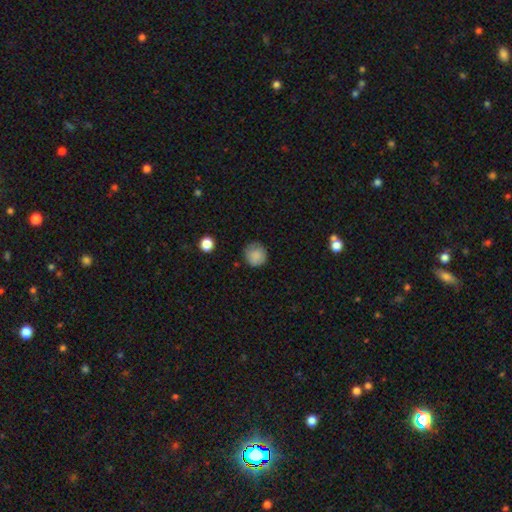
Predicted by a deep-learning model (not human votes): Smooth or featured? Predicted: smooth (p=0.85). How rounded? Predicted: round (p=0.92). Merging? Predicted: none (p=0.79).